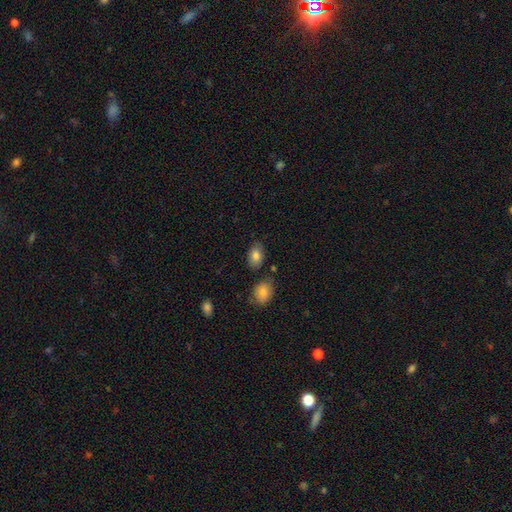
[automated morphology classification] The model was most divided on "merging": none: 76%, minor disturbance: 14%, merger: 7%, major disturbance: 3%. More confident: how rounded — in between (87%); smooth or featured — smooth (84%).